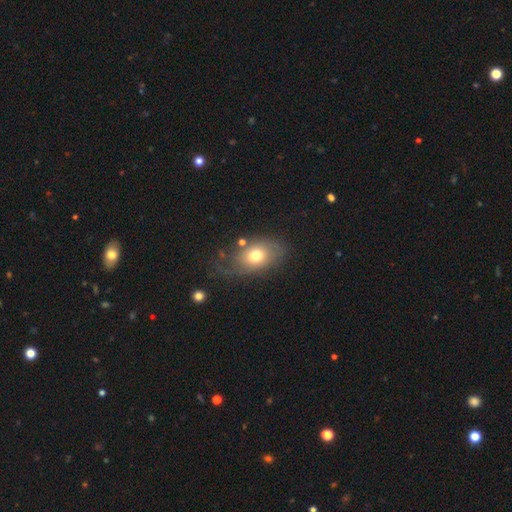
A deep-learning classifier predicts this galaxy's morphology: This is likely a smooth galaxy (66%). How rounded: clearly in between (80%). Merging: possibly none (54%).